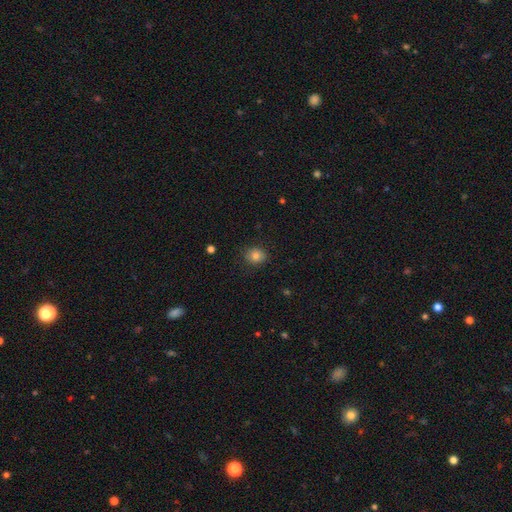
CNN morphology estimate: A smooth galaxy with no disk features (81%) that is round (68%). Merging: none (86%).